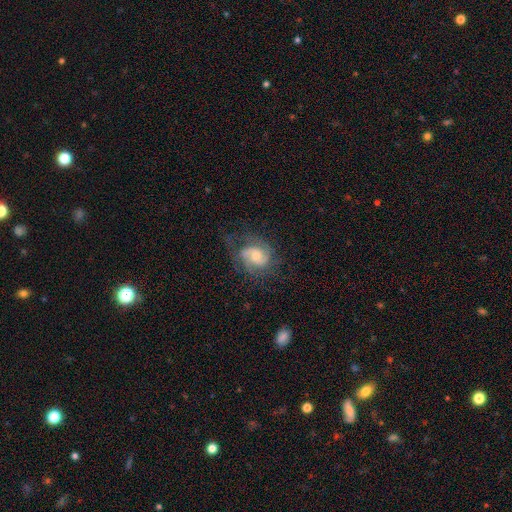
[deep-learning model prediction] smooth_or_featured: featured or disk (p=0.76) [alt: smooth p=0.16]
disk_edge_on: no (p=0.97) [alt: yes p=0.03]
bar: no (p=0.57) [alt: weak p=0.36]
has_spiral_arms: yes (p=0.93) [alt: no p=0.07]
spiral_winding: medium (p=0.46) [alt: tight p=0.36]
spiral_arm_count: 2 (p=0.63) [alt: can't tell p=0.17]
bulge_size: moderate (p=0.50) [alt: small p=0.42]
merging: none (p=0.62) [alt: minor disturbance p=0.21]